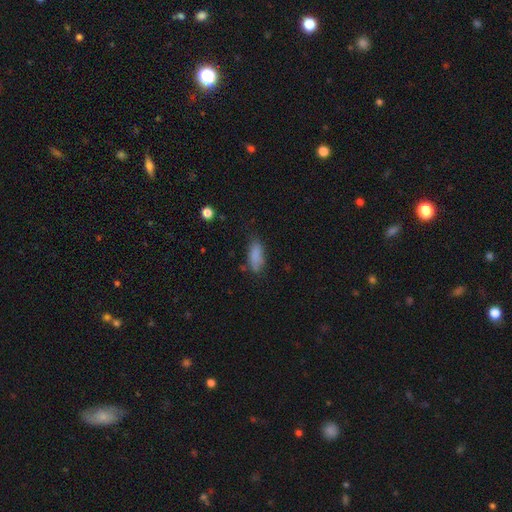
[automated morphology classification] A smooth galaxy with no disk features (84%) that is in between round and cigar-shaped (81%). Merging: none (66%).